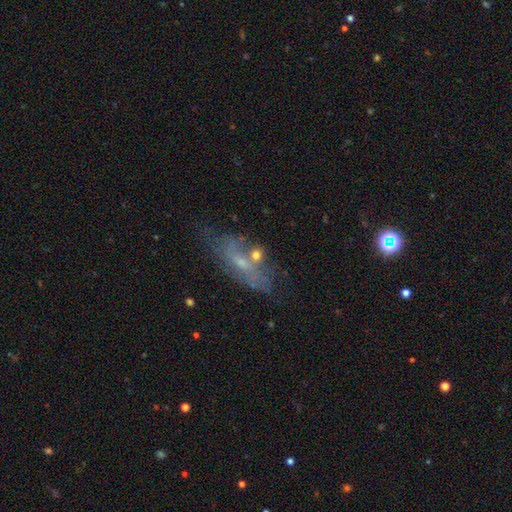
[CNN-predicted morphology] Overall: featured or disk (49%; smooth 38%). Merging: none (44%; minor disturbance 23%).